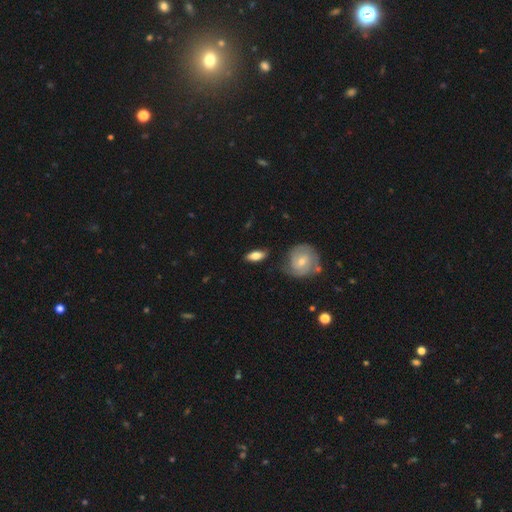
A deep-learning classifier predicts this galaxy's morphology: A smooth galaxy with no disk features (67%) that is in between round and cigar-shaped (75%). Merging: none (77%).